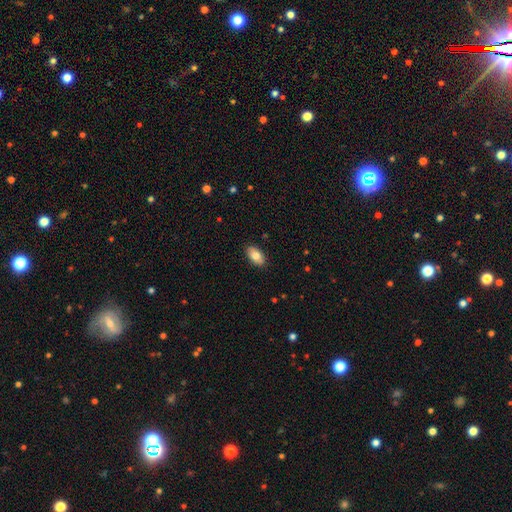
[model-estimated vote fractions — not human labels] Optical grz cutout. It shows a smooth galaxy with no disk features (80%) that is in between round and cigar-shaped (93%). Merging: none (88%).